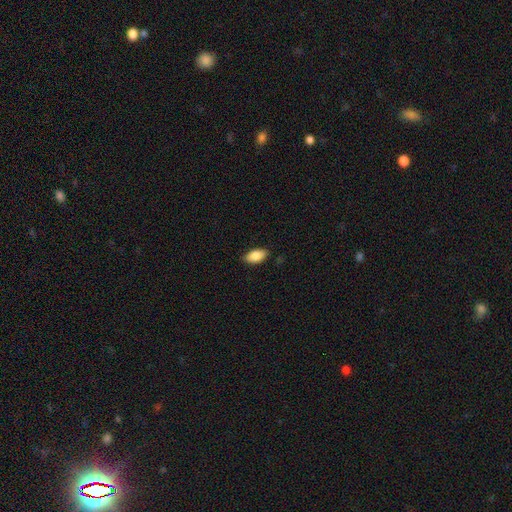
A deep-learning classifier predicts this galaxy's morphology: A smooth galaxy with no disk features (87%) that is in between round and cigar-shaped (93%).

Vote fractions:
- Smooth or featured? smooth: 87% / star or artifact: 6% / featured or disk: 6%
- How rounded? in between: 93% / cigar-shaped: 4% / round: 3%
- Merging? none: 86% / minor disturbance: 11% / major disturbance: 2% / merger: 1%